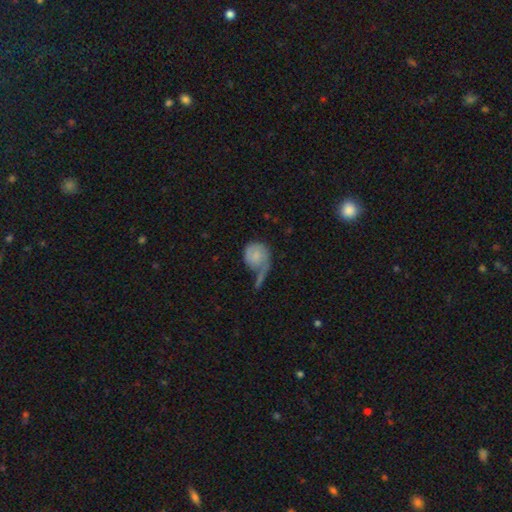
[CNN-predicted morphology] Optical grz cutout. It shows a smooth galaxy with no disk features (54%) that is round (75%). Merging: major disturbance (32%).